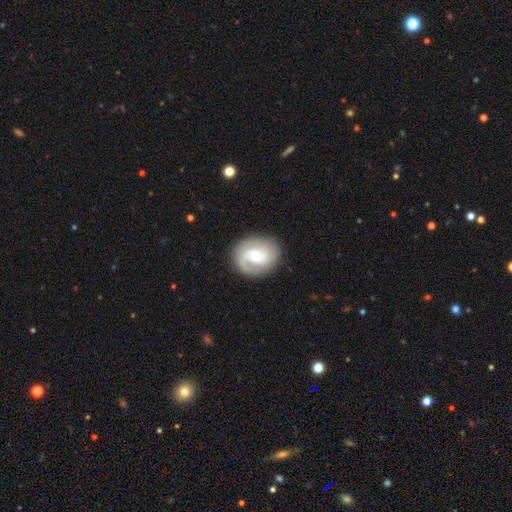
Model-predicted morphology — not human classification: The model was most divided on "spiral winding": medium: 43%, tight: 39%, loose: 18%. Remaining: edge-on disk — no (97%); spiral arms — yes (91%); merging — none (81%); smooth or featured — featured or disk (74%); spiral arm count — 2 (64%); bar — no (51%); bulge size — small (50%).